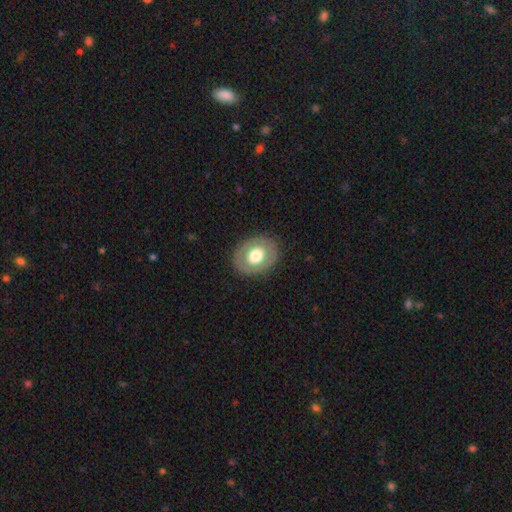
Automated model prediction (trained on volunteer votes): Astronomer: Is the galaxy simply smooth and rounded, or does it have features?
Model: smooth — 56% (runner-up: featured or disk, 38%).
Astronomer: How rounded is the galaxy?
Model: in between — 54% (runner-up: round, 45%).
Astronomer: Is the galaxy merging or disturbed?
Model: none — 85%.